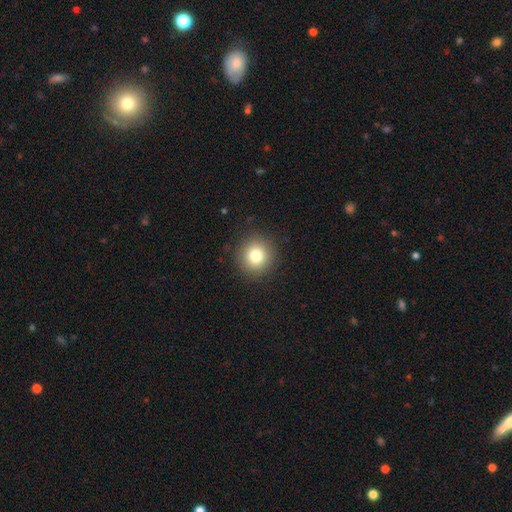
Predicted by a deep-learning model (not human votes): Smooth or featured: smooth — 80% (star or artifact — 12%)
How rounded: round — 92% (in between — 7%)
Merging: none — 90% (minor disturbance — 6%)